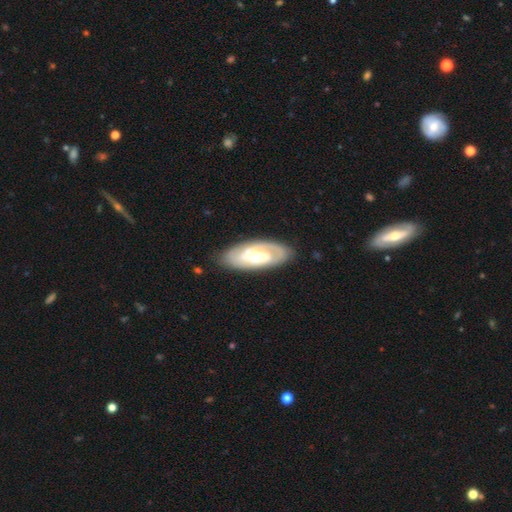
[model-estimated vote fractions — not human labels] This appears to be a featured or disk galaxy (71%) with no bar (55%), 2 (47%) tight (57%) spiral arms (79%) and a moderate central bulge (58%). Merging: none (77%).